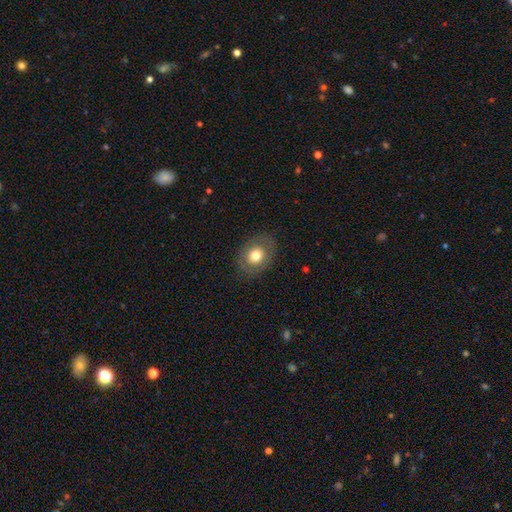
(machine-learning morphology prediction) Smooth or featured? smooth (66%)
How rounded? in between (53%)
Merging? none (82%)